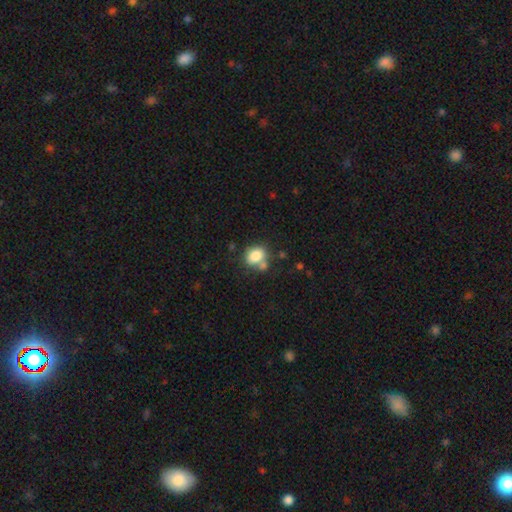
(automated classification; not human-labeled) This appears to be a smooth galaxy with no disk features (81%) that is in between round and cigar-shaped (51%). Merging: none (55%).